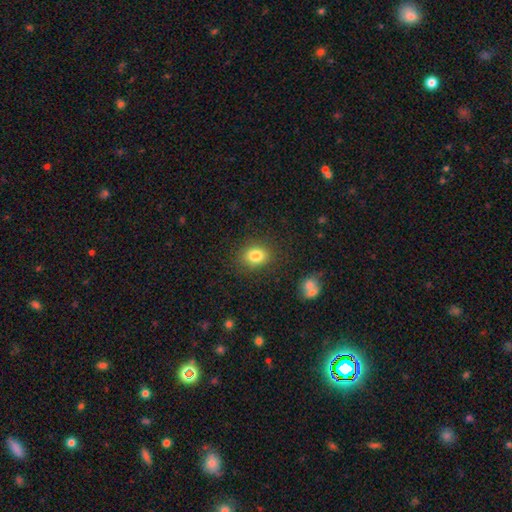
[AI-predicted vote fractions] Smooth or featured: smooth — 83% (star or artifact — 10%)
How rounded: in between — 56% (round — 43%)
Merging: none — 82% (minor disturbance — 11%)